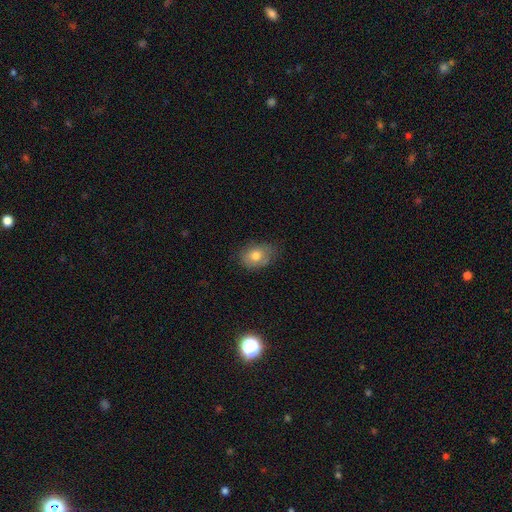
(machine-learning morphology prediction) smooth_or_featured: smooth (p=0.73) [alt: featured or disk p=0.17]
how_rounded: in between (p=0.68) [alt: round p=0.31]
merging: none (p=0.69) [alt: minor disturbance p=0.25]